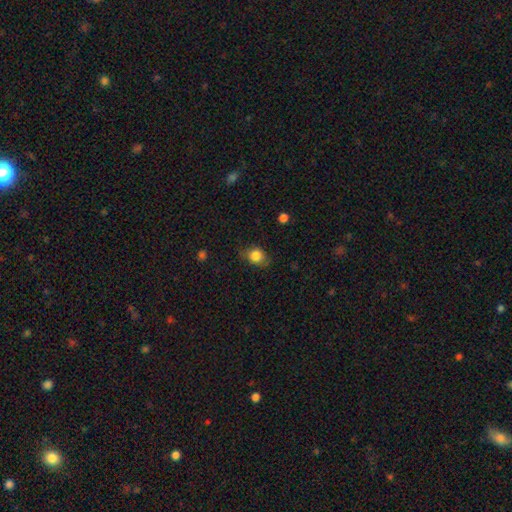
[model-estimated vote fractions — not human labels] This is clearly a smooth galaxy (83%). How rounded: possibly round (53%). Merging: likely none (72%).